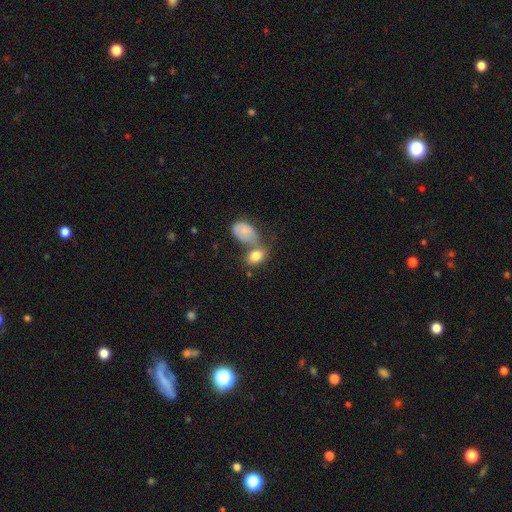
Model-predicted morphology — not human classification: Q: Smooth or featured?
A: smooth (80%); runner-up: featured or disk (12%)
Q: How rounded?
A: in between (80%); runner-up: round (18%)
Q: Merging?
A: merger (47%); runner-up: none (34%)